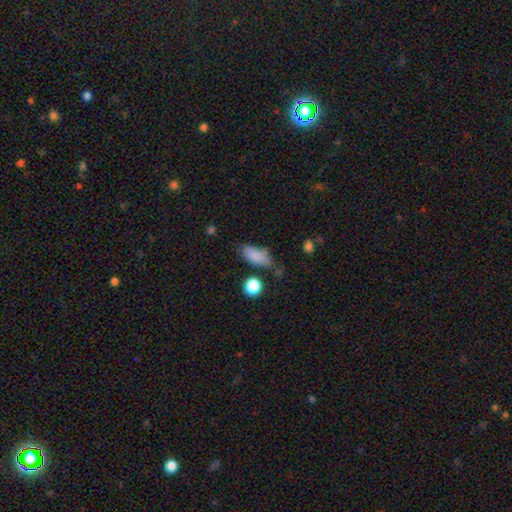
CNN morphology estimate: smooth 84%, star or artifact 9%, featured or disk 8%. Down the decision tree: how rounded — in between (83%); merging — none (60%).